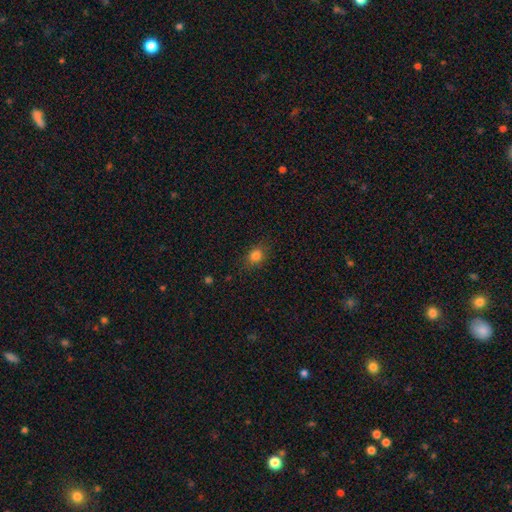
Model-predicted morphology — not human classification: This is likely a smooth galaxy (80%). How rounded: possibly round (57%). Merging: clearly none (82%).